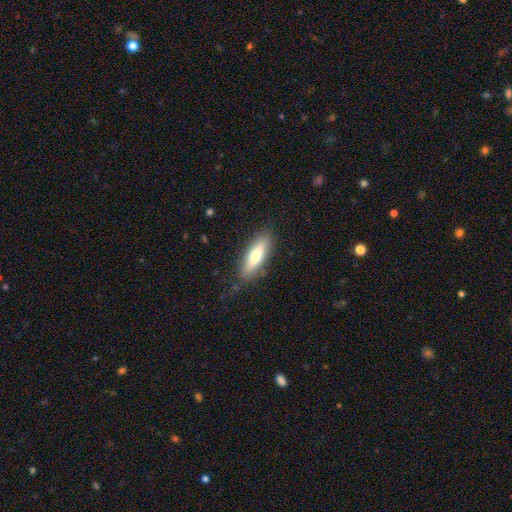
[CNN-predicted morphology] This appears to be a smooth galaxy with no disk features (67%) that is cigar-shaped (51%). Merging: none (84%).